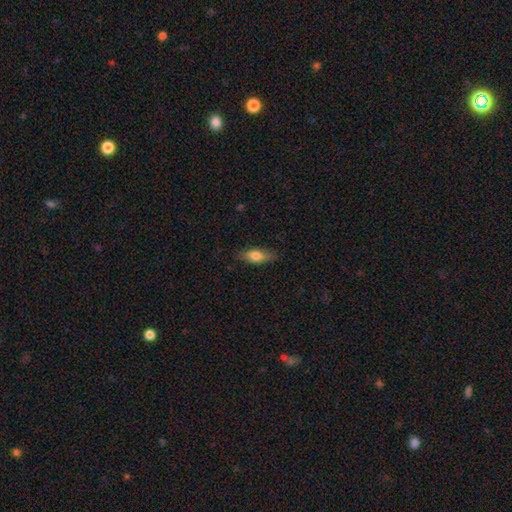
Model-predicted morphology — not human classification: Smooth or featured: smooth — 74% (featured or disk — 19%)
How rounded: in between — 72% (cigar-shaped — 25%)
Merging: none — 80% (minor disturbance — 16%)